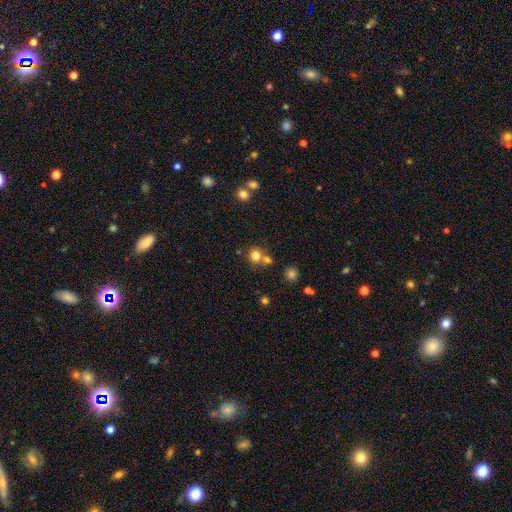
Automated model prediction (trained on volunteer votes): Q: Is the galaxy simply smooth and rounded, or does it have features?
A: smooth — 77%.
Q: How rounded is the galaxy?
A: round — 88%.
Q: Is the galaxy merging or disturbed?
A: none — 61%.